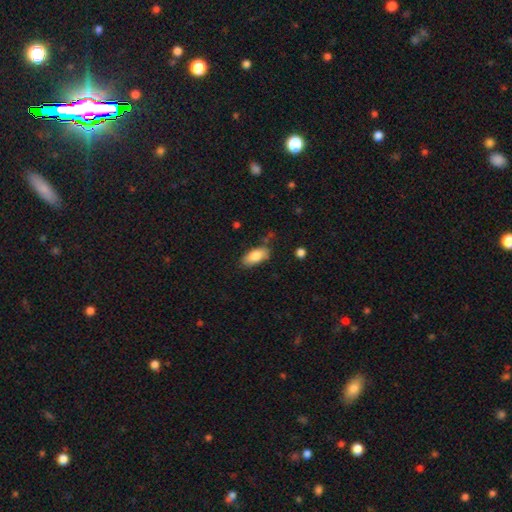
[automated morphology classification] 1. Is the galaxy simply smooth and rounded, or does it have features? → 82% smooth, 11% featured or disk, 7% star or artifact.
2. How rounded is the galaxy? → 89% in between, 8% cigar-shaped, 3% round.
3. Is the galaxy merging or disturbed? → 74% none, 19% minor disturbance, 4% major disturbance, 3% merger.